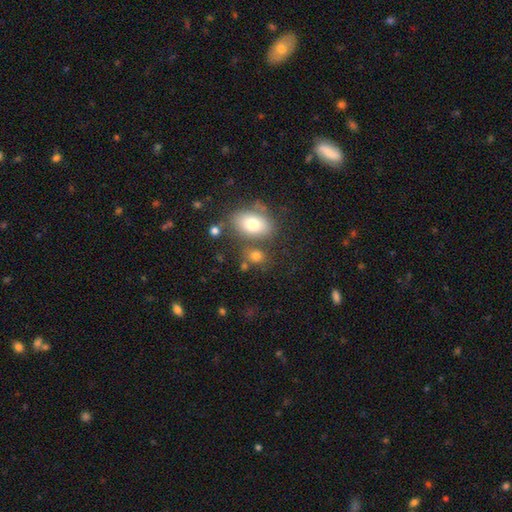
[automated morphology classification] This appears to be a smooth galaxy with no disk features (77%) that is in between round and cigar-shaped (61%). Merging: none (62%).